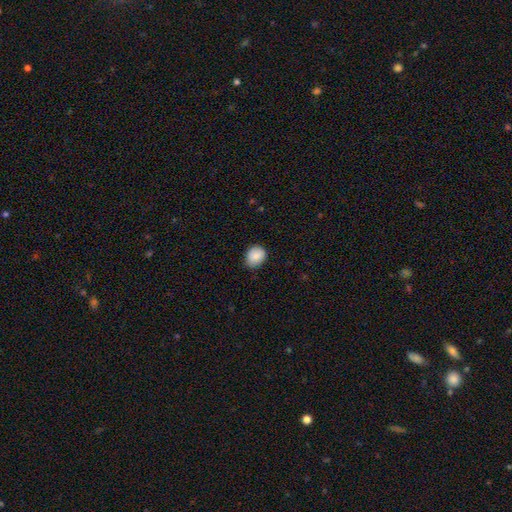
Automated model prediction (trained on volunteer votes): Smooth or featured: smooth — 87% (star or artifact — 8%)
How rounded: round — 54% (in between — 45%)
Merging: none — 79% (minor disturbance — 18%)